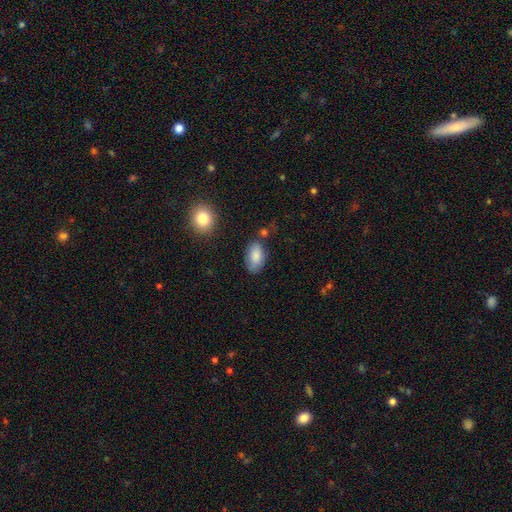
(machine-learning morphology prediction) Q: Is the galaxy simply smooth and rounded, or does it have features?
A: smooth — 85%.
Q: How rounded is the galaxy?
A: in between — 94%.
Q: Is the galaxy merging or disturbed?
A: none — 71%.